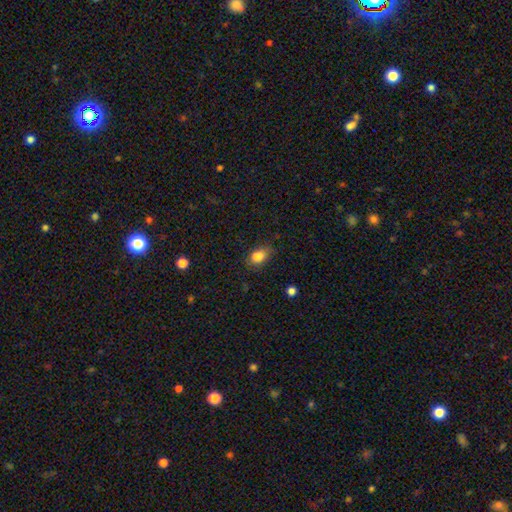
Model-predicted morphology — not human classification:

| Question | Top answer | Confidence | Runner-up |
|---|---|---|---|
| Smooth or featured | smooth | 84% | star or artifact (10%) |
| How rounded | in between | 78% | round (20%) |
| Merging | none | 68% | minor disturbance (23%) |